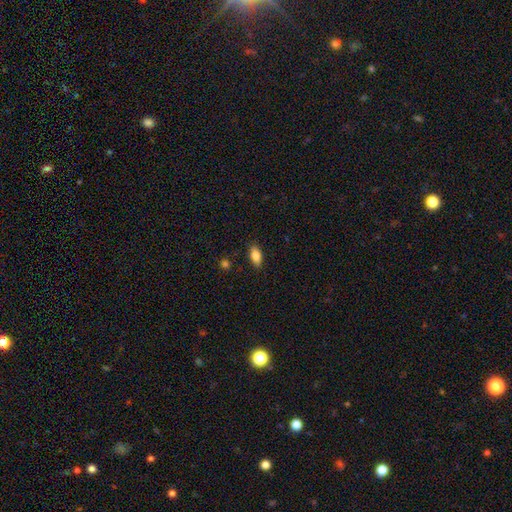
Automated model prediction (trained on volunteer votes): Smooth or featured? Predicted: smooth (p=0.85). How rounded? Predicted: in between (p=0.89). Merging? Predicted: none (p=0.87).